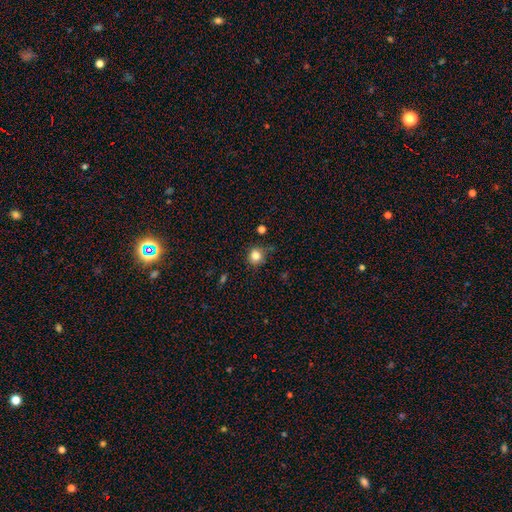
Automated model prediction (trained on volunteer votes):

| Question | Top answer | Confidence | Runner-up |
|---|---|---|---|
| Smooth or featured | smooth | 82% | star or artifact (12%) |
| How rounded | round | 88% | in between (11%) |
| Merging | none | 77% | minor disturbance (17%) |